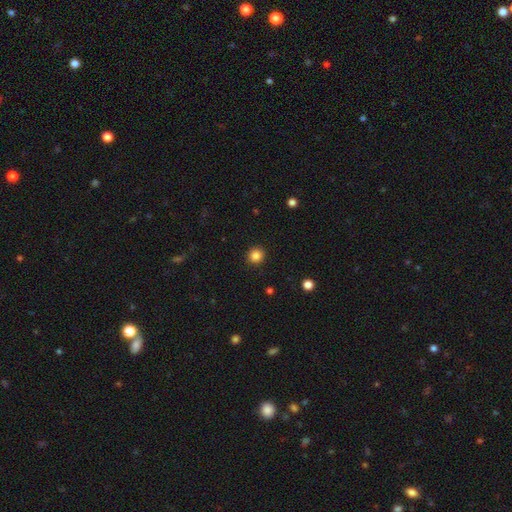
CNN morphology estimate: This appears to be a smooth galaxy with no disk features (85%) that is round (90%). Merging: none (92%).